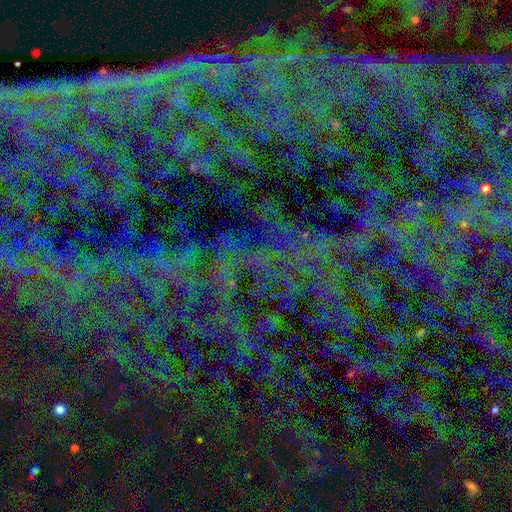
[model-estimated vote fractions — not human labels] Smooth or featured? star or artifact (83%)